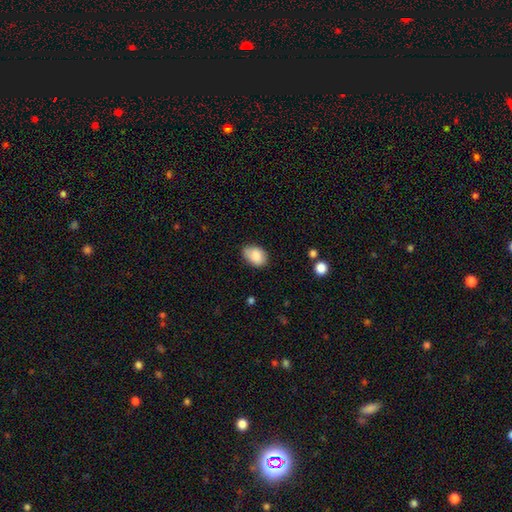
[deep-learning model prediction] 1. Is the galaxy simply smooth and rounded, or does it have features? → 86% smooth, 7% star or artifact, 7% featured or disk.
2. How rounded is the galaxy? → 85% in between, 14% round, 1% cigar-shaped.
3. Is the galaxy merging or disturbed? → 70% none, 25% minor disturbance, 4% major disturbance, 2% merger.